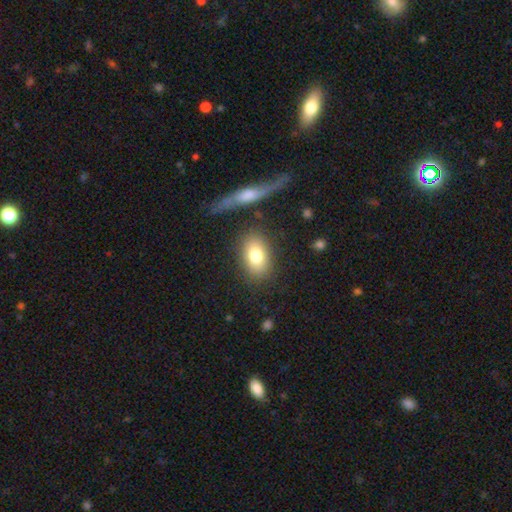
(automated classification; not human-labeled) smooth-or-featured: smooth: 77% | featured or disk: 14% | star or artifact: 8%
  how-rounded: in between: 81% | round: 17% | cigar-shaped: 2%
  merging: none: 80% | minor disturbance: 12% | merger: 4% | major disturbance: 4%